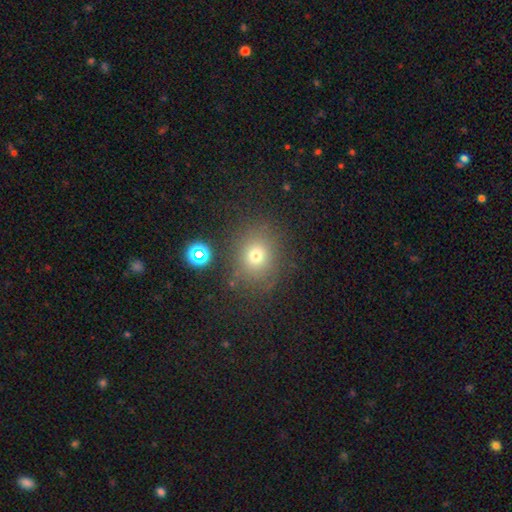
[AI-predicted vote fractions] A smooth galaxy with no disk features (70%) that is round (68%).

Vote fractions:
- Smooth or featured? smooth: 70% / star or artifact: 19% / featured or disk: 11%
- How rounded? round: 68% / in between: 31% / cigar-shaped: 1%
- Merging? none: 78% / minor disturbance: 12% / major disturbance: 6% / merger: 3%